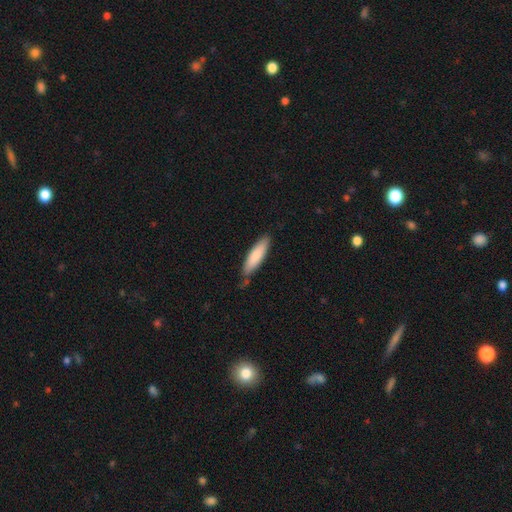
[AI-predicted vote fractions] Smooth or featured: smooth — 83% (featured or disk — 12%)
How rounded: cigar-shaped — 66% (in between — 33%)
Merging: none — 75% (minor disturbance — 19%)